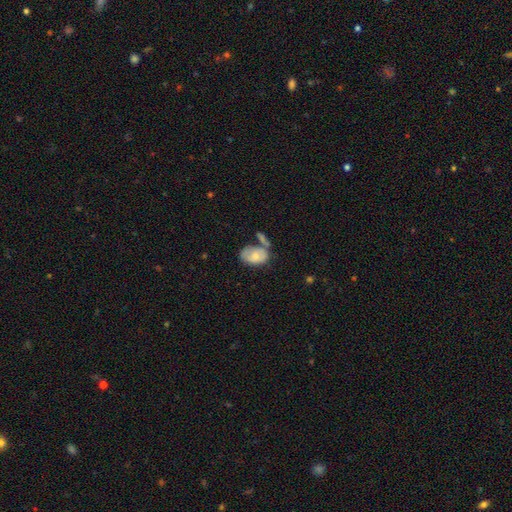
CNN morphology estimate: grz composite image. It shows a smooth galaxy with no disk features (68%) that is in between round and cigar-shaped (86%). Merging: none (37%).